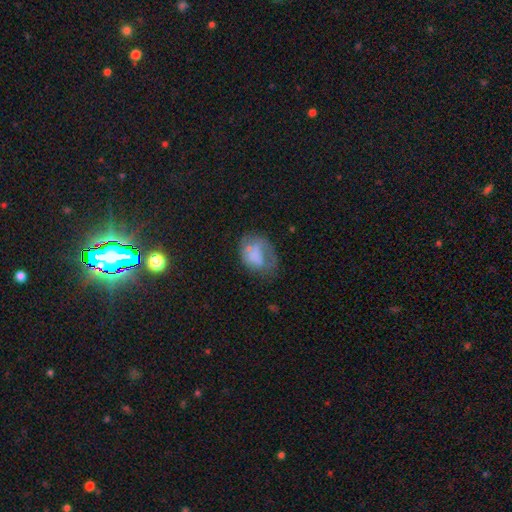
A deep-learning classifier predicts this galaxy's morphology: This appears to be a smooth galaxy with no disk features (60%) that is in between round and cigar-shaped (65%). Merging: none (34%).